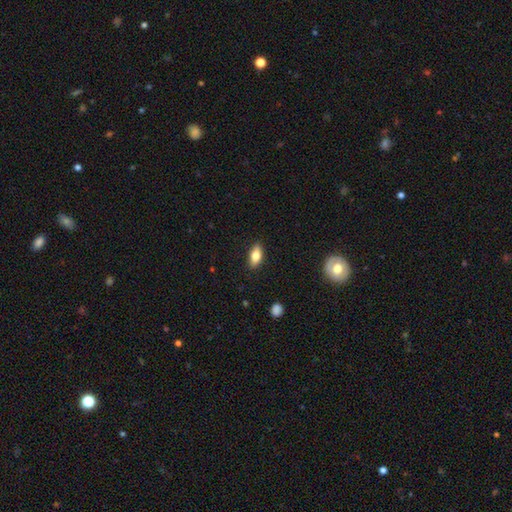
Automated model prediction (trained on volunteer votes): This is likely a smooth galaxy (76%). How rounded: clearly in between (84%). Merging: clearly none (88%).